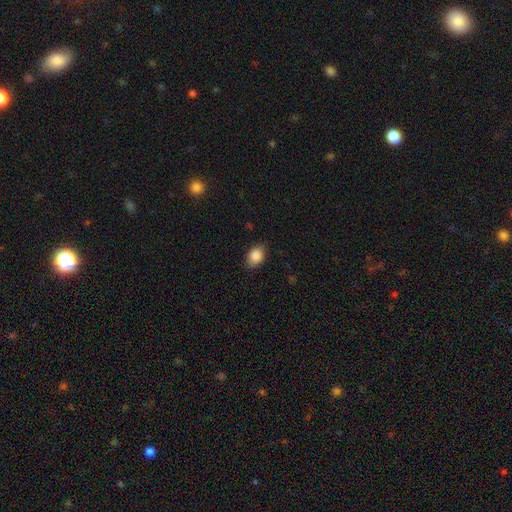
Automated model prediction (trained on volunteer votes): This is clearly a smooth galaxy (87%). How rounded: likely in between (71%). Merging: clearly none (82%).